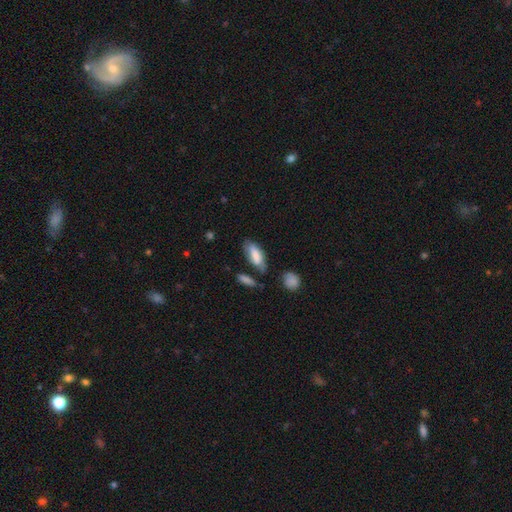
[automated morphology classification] smooth_or_featured: smooth (p=0.77) [alt: featured or disk p=0.16]
how_rounded: in between (p=0.74) [alt: cigar-shaped p=0.24]
merging: none (p=0.56) [alt: minor disturbance p=0.26]